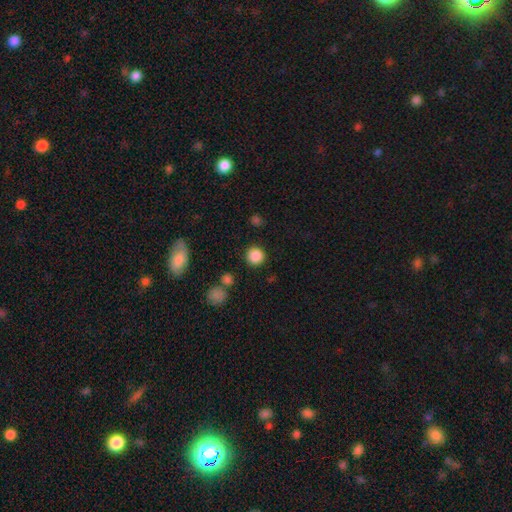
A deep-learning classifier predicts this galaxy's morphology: Overall: smooth (86%). How rounded: round (94%). Merging: none (89%).